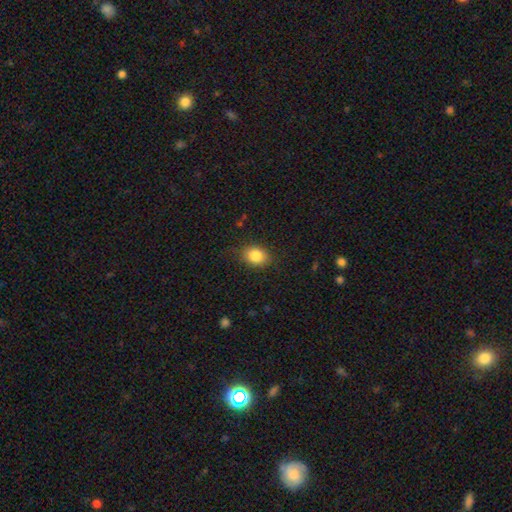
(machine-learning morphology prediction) smooth 85%, star or artifact 9%, featured or disk 6%. Down the decision tree: how rounded — in between (59%); merging — none (80%).